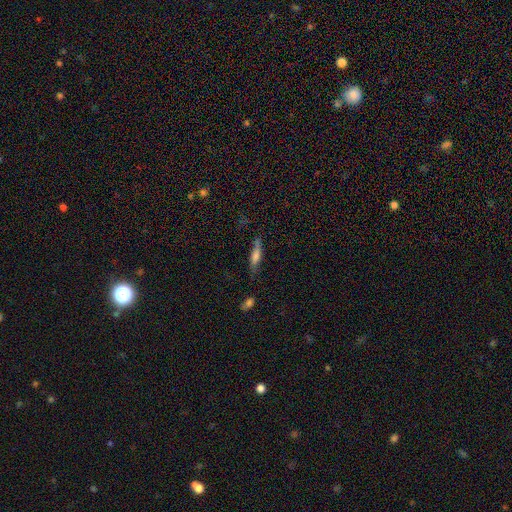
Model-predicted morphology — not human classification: smooth-or-featured: smooth: 57% | featured or disk: 33% | star or artifact: 9%
  how-rounded: cigar-shaped: 69% | in between: 29% | round: 3%
  merging: none: 64% | minor disturbance: 23% | major disturbance: 8% | merger: 4%